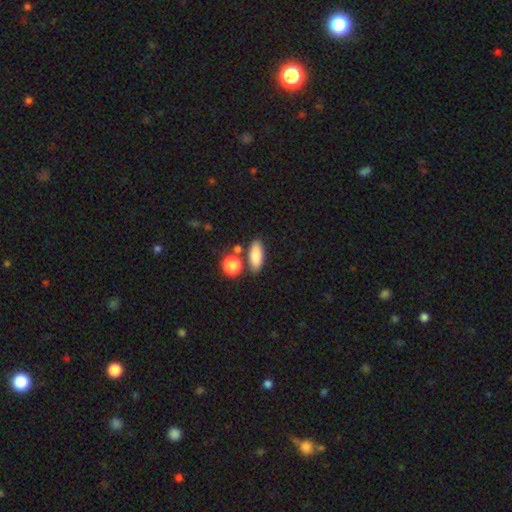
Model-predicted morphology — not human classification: This is clearly a smooth galaxy (84%). How rounded: likely in between (72%). Merging: likely none (74%).